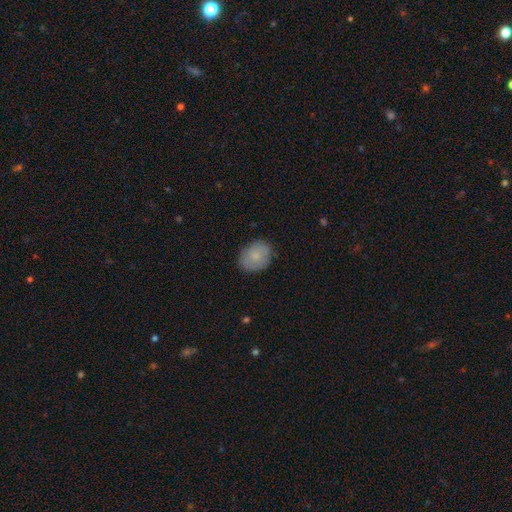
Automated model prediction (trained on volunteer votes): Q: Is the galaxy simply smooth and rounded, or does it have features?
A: smooth — 78%.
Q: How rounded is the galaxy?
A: in between — 63%.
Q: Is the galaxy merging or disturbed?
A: none — 82%.